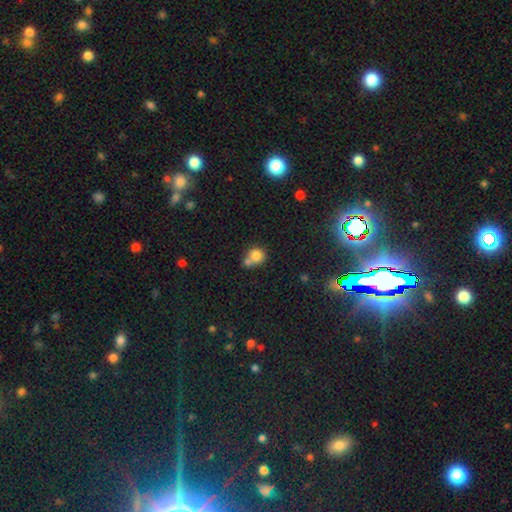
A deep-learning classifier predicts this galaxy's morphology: smooth 78%, featured or disk 11%, star or artifact 11%. Down the decision tree: how rounded — round (80%); merging — merger (48%).